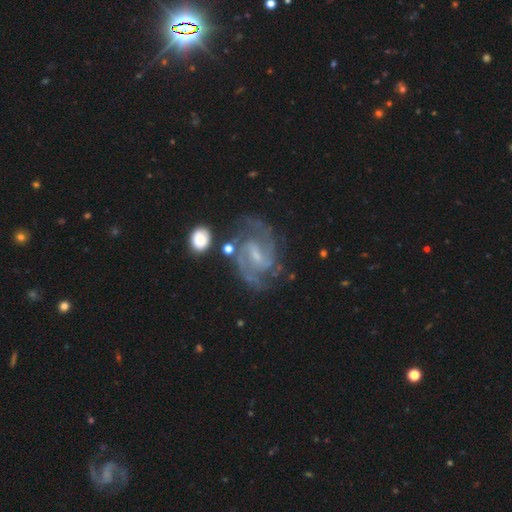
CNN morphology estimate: Smooth or featured?
  - featured or disk: 90% *
  - star or artifact: 5%
  - smooth: 5%
Edge-on disk?
  - no: 98% *
  - yes: 2%
Bar?
  - weak: 58% *
  - strong: 23%
  - no: 18%
Spiral arms?
  - yes: 98% *
  - no: 2%
Spiral winding?
  - medium: 51% *
  - tight: 40%
  - loose: 9%
Spiral arm count?
  - 2: 74% *
  - 3: 10%
  - can't tell: 8%
  - 4: 3%
  - 1: 3%
  - more than 4: 2%
Bulge size?
  - small: 60% *
  - moderate: 24%
  - none: 13%
  - large: 2%
  - dominant: 1%
Merging?
  - none: 71% *
  - minor disturbance: 16%
  - major disturbance: 8%
  - merger: 5%